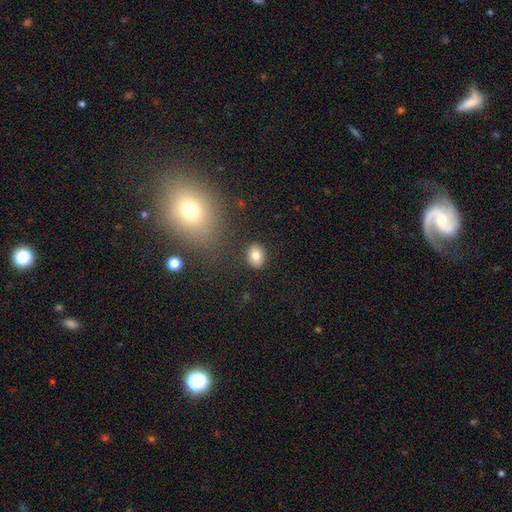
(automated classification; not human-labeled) smooth-or-featured: smooth: 80% | star or artifact: 10% | featured or disk: 10%
  how-rounded: in between: 52% | round: 47% | cigar-shaped: 1%
  merging: none: 87% | minor disturbance: 8% | major disturbance: 2% | merger: 2%